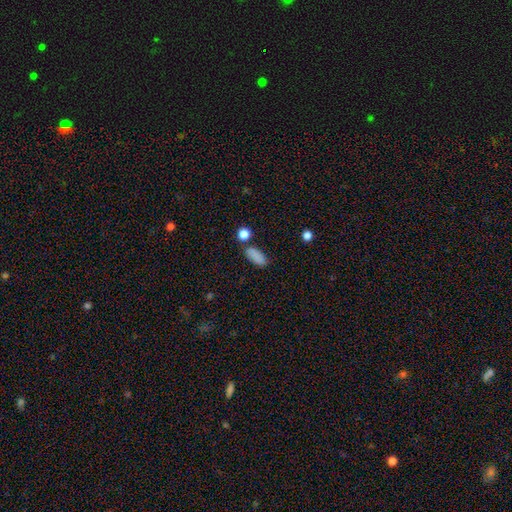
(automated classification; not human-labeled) Smooth or featured? smooth (85%)
How rounded? in between (81%)
Merging? none (76%)